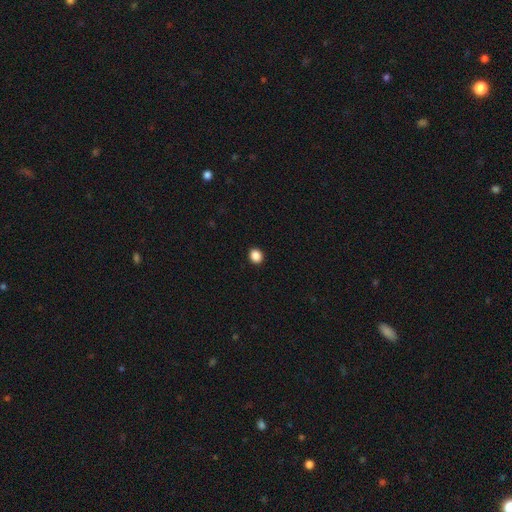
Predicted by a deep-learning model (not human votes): Q: Smooth or featured?
A: smooth (88%); runner-up: star or artifact (10%)
Q: How rounded?
A: round (74%); runner-up: in between (25%)
Q: Merging?
A: none (93%); runner-up: minor disturbance (5%)